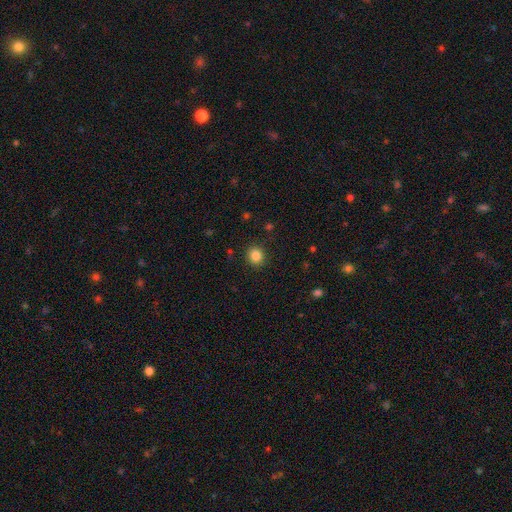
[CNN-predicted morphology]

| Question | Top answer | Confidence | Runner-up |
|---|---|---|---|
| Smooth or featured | smooth | 84% | star or artifact (11%) |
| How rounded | round | 86% | in between (13%) |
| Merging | none | 90% | minor disturbance (6%) |